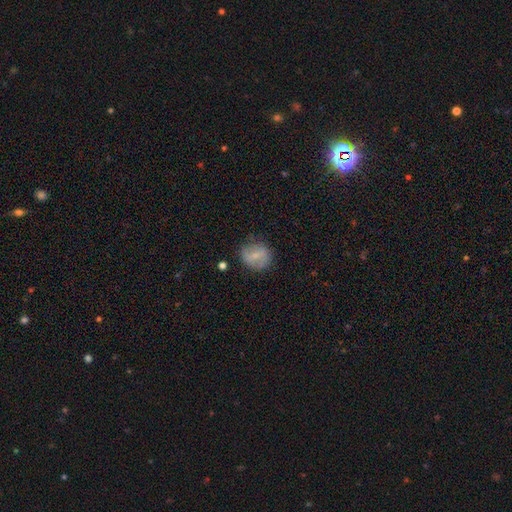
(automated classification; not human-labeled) Q: Smooth or featured?
A: smooth (55%); runner-up: featured or disk (37%)
Q: How rounded?
A: round (72%); runner-up: in between (27%)
Q: Merging?
A: none (73%); runner-up: minor disturbance (19%)